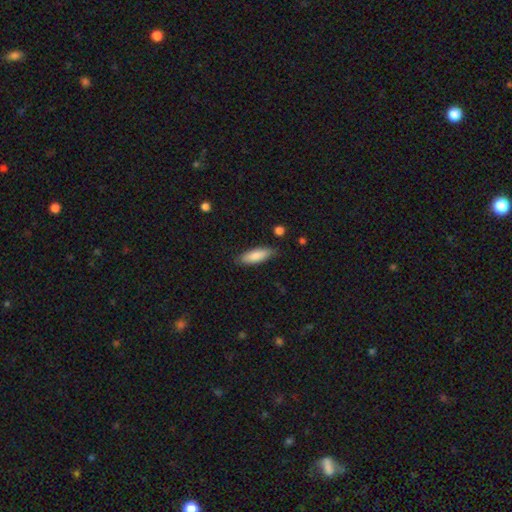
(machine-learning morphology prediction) A smooth galaxy with no disk features (85%) that is in between round and cigar-shaped (57%). Merging: none (84%).